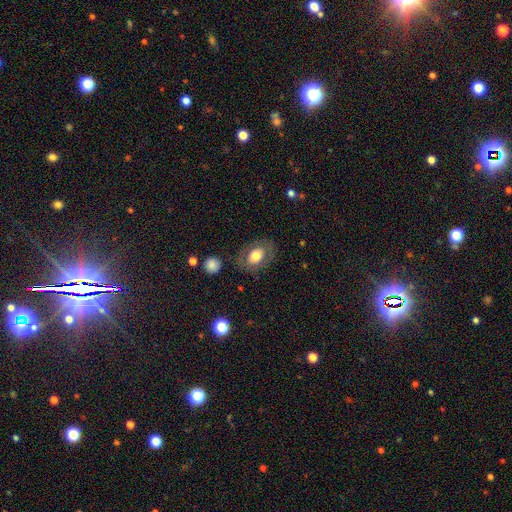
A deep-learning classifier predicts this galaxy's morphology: type=smooth (64%); roundness=in between (76%); merging=none (77%).